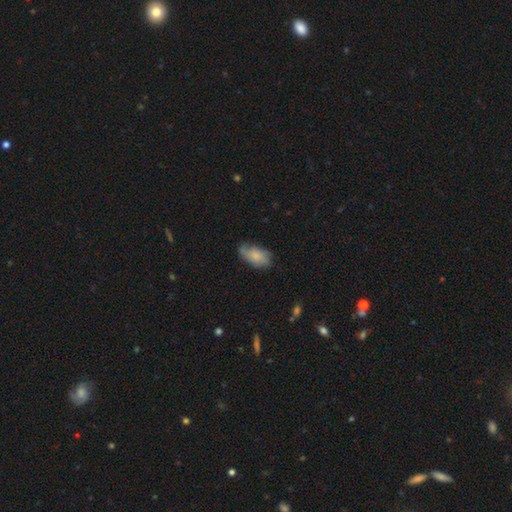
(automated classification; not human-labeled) Morphology: type=smooth (70%); roundness=in between (92%); merging=none (56%).